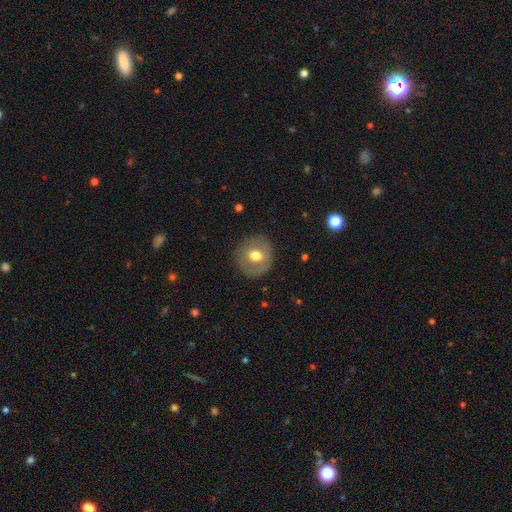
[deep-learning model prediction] A smooth galaxy with no disk features (59%) that is round (87%).

Vote fractions:
- Smooth or featured? smooth: 59% / featured or disk: 34% / star or artifact: 7%
- How rounded? round: 87% / in between: 12% / cigar-shaped: 1%
- Merging? none: 84% / minor disturbance: 11% / major disturbance: 4% / merger: 1%